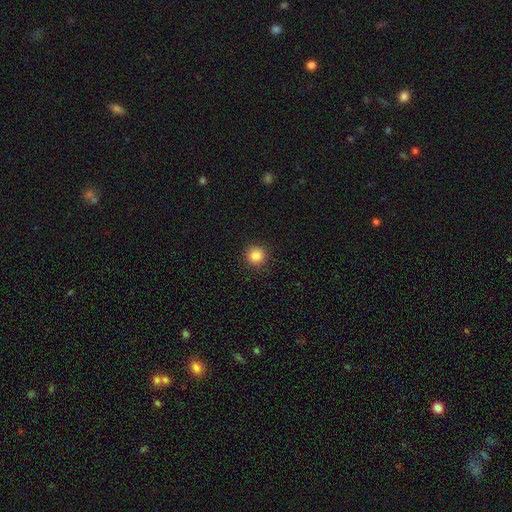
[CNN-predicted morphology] This is clearly a smooth galaxy (86%). How rounded: clearly round (94%). Merging: clearly none (91%).